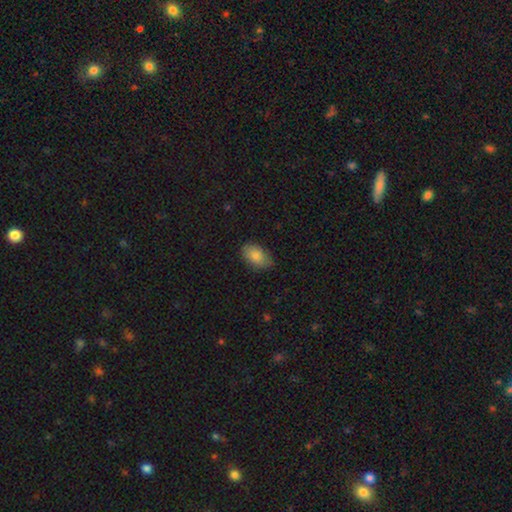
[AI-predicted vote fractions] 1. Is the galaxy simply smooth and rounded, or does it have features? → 83% smooth, 9% featured or disk, 7% star or artifact.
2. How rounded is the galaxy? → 90% in between, 8% round, 2% cigar-shaped.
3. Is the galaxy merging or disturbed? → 76% none, 19% minor disturbance, 3% major disturbance, 1% merger.